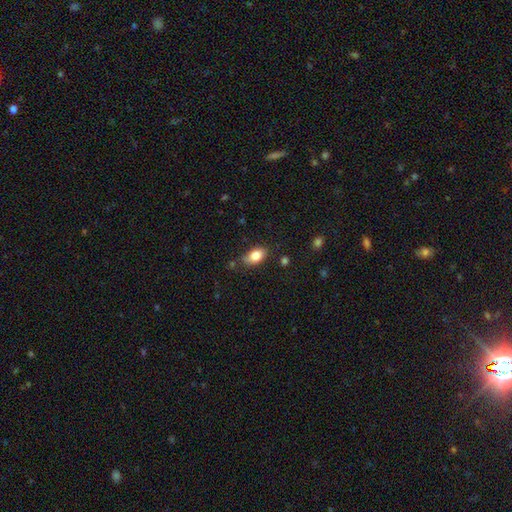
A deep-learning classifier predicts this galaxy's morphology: smooth_or_featured: smooth (p=0.84) [alt: featured or disk p=0.08]
how_rounded: in between (p=0.89) [alt: round p=0.08]
merging: none (p=0.73) [alt: minor disturbance p=0.20]